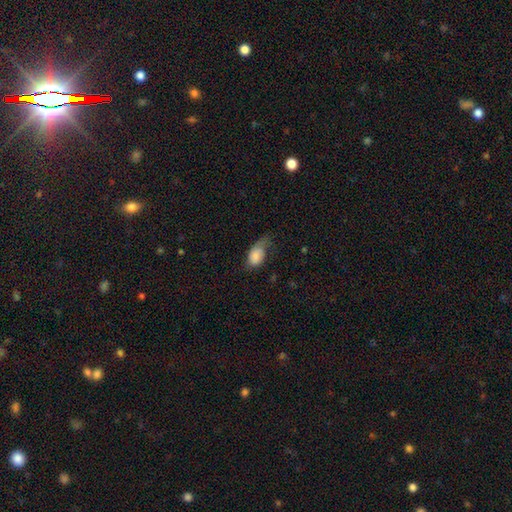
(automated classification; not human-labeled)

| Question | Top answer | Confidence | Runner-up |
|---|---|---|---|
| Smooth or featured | smooth | 78% | featured or disk (15%) |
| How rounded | in between | 89% | round (9%) |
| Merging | minor disturbance | 37% | none (31%) |